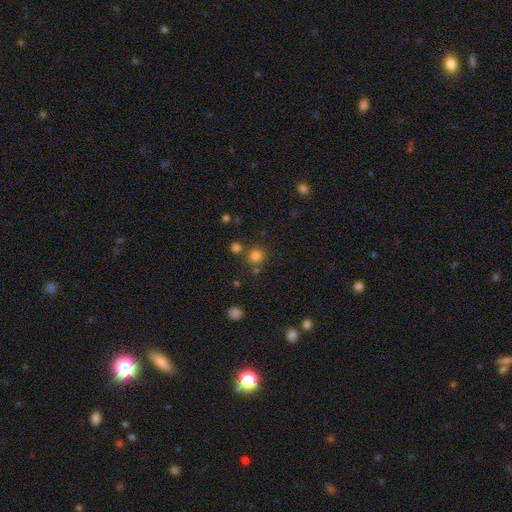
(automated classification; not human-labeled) Smooth or featured? Predicted: smooth (p=0.78). How rounded? Predicted: round (p=0.92). Merging? Predicted: none (p=0.73).